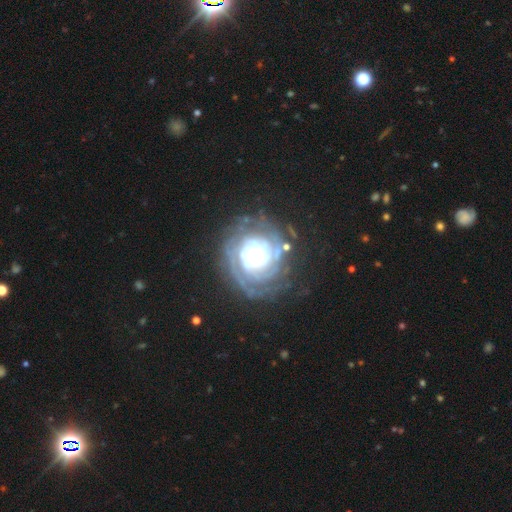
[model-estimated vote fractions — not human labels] Smooth or featured?
  - featured or disk: 84% *
  - smooth: 10%
  - star or artifact: 7%
Edge-on disk?
  - no: 97% *
  - yes: 3%
Bar?
  - no: 77% *
  - weak: 16%
  - strong: 7%
Spiral arms?
  - yes: 93% *
  - no: 7%
Spiral winding?
  - tight: 75% *
  - medium: 19%
  - loose: 6%
Spiral arm count?
  - can't tell: 36% *
  - 2: 18%
  - 3: 16%
  - 4: 13%
  - more than 4: 10%
  - 1: 7%
Bulge size?
  - moderate: 39% *
  - small: 34%
  - large: 21%
  - dominant: 3%
  - none: 2%
Merging?
  - none: 69% *
  - minor disturbance: 16%
  - major disturbance: 11%
  - merger: 3%